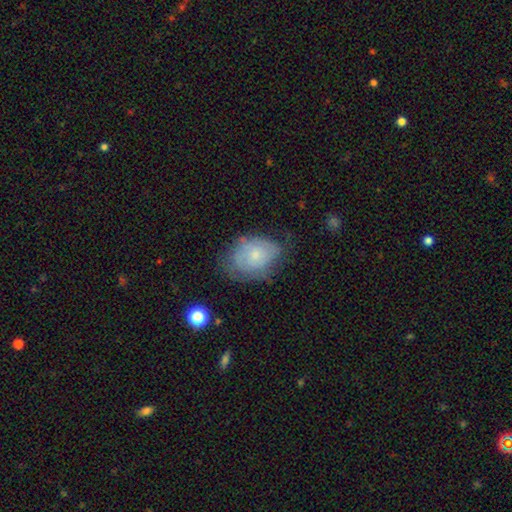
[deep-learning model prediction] smooth_or_featured: smooth (p=0.55) [alt: featured or disk p=0.37]
how_rounded: in between (p=0.72) [alt: round p=0.26]
merging: none (p=0.54) [alt: minor disturbance p=0.32]